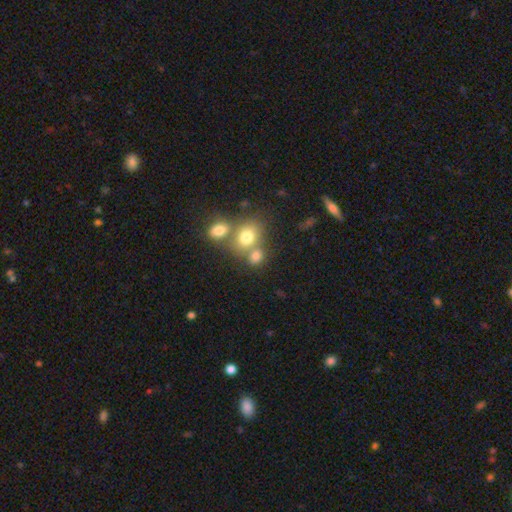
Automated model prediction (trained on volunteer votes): This appears to be a smooth galaxy with no disk features (76%) that is round (60%). Merging: none (45%).